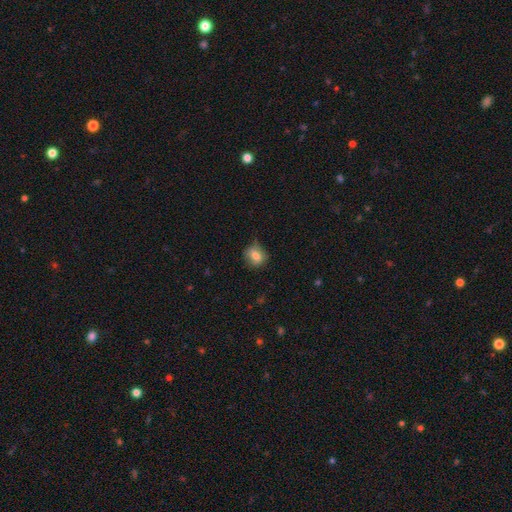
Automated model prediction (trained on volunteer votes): This appears to be a smooth galaxy with no disk features (77%) that is round (67%). Merging: none (69%).